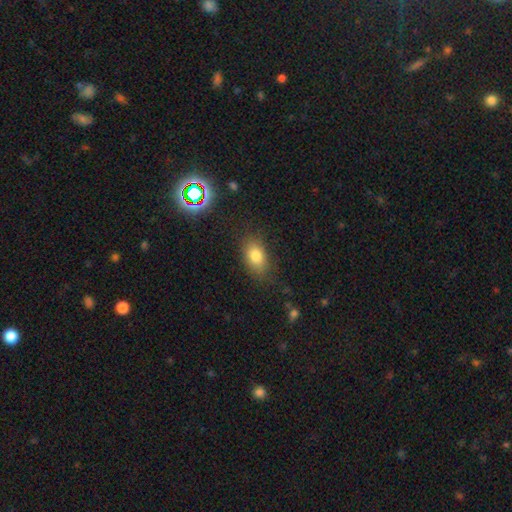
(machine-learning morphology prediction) Smooth or featured?
  - smooth: 80% *
  - star or artifact: 11%
  - featured or disk: 10%
How rounded?
  - in between: 84% *
  - round: 13%
  - cigar-shaped: 3%
Merging?
  - none: 80% *
  - minor disturbance: 14%
  - major disturbance: 4%
  - merger: 2%